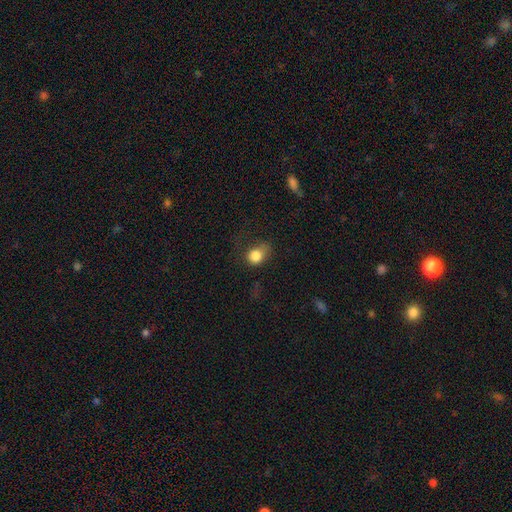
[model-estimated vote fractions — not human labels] smooth_or_featured: smooth (p=0.82) [alt: star or artifact p=0.11]
how_rounded: round (p=0.64) [alt: in between p=0.35]
merging: none (p=0.43) [alt: minor disturbance p=0.30]